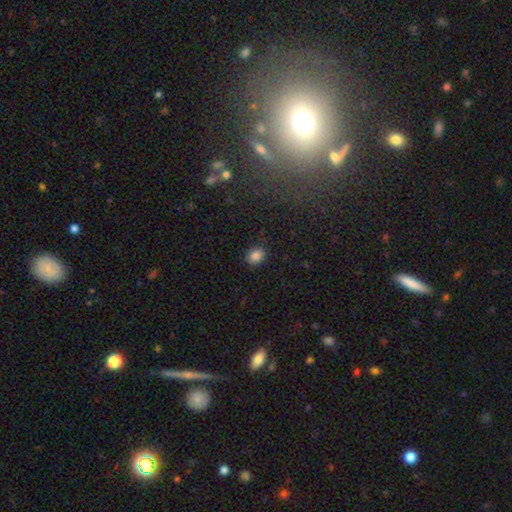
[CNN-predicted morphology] A smooth galaxy with no disk features (84%) that is round (60%).

Vote fractions:
- Smooth or featured? smooth: 84% / star or artifact: 11% / featured or disk: 5%
- How rounded? round: 60% / in between: 39% / cigar-shaped: 1%
- Merging? none: 87% / minor disturbance: 10% / major disturbance: 2% / merger: 1%